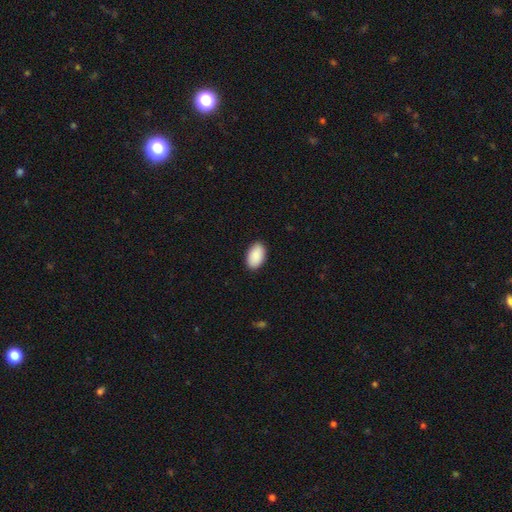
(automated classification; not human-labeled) Smooth or featured? smooth (91%)
How rounded? in between (94%)
Merging? none (90%)